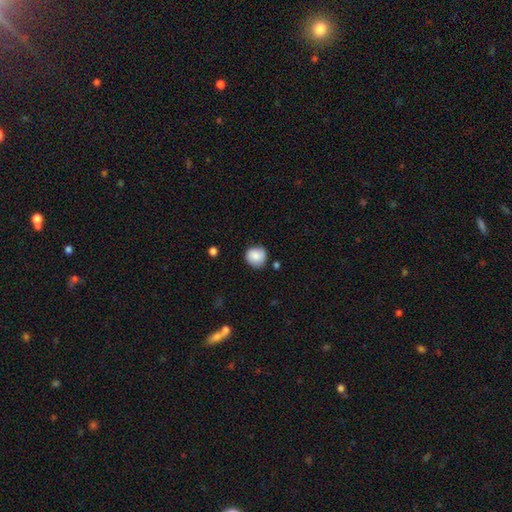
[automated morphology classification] Smooth or featured: smooth — 83% (featured or disk — 9%)
How rounded: round — 89% (in between — 10%)
Merging: none — 75% (minor disturbance — 18%)